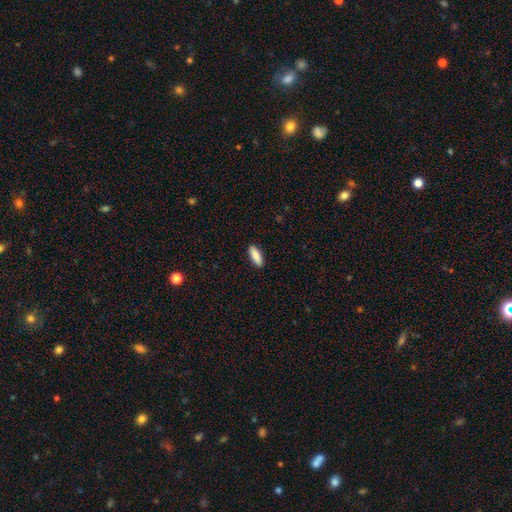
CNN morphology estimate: Smooth or featured? smooth (88%)
How rounded? in between (59%)
Merging? none (90%)